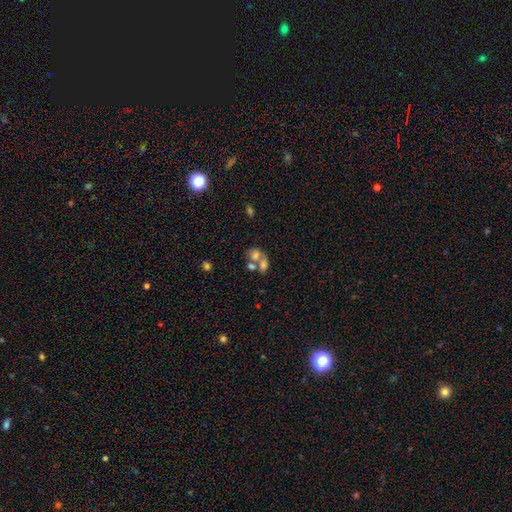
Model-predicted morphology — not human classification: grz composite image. It shows a smooth galaxy with no disk features (59%) that is in between round and cigar-shaped (60%). Merging: merger (62%).